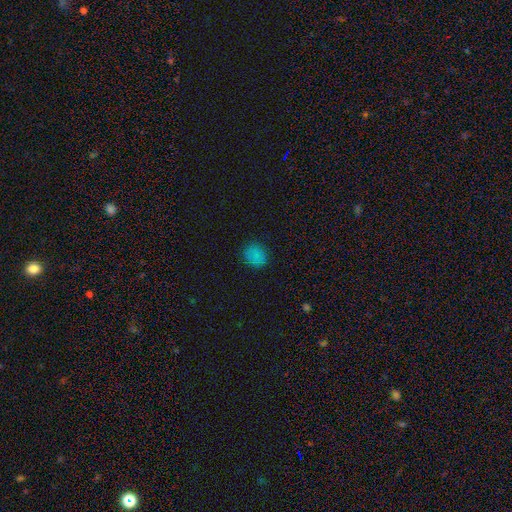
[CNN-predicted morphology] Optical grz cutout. It shows a smooth galaxy with no disk features (81%) that is round (60%). Merging: none (85%).